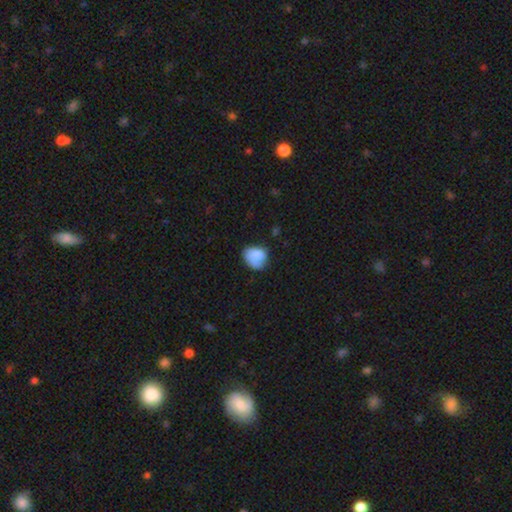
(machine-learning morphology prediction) smooth-or-featured: smooth: 77% | featured or disk: 15% | star or artifact: 8%
  how-rounded: in between: 53% | round: 46% | cigar-shaped: 1%
  merging: none: 46% | minor disturbance: 34% | major disturbance: 14% | merger: 5%